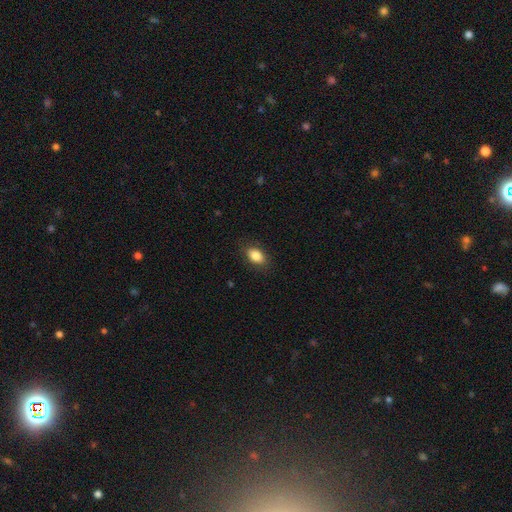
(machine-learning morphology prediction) This is clearly a smooth galaxy (85%). How rounded: clearly in between (86%). Merging: clearly none (85%).